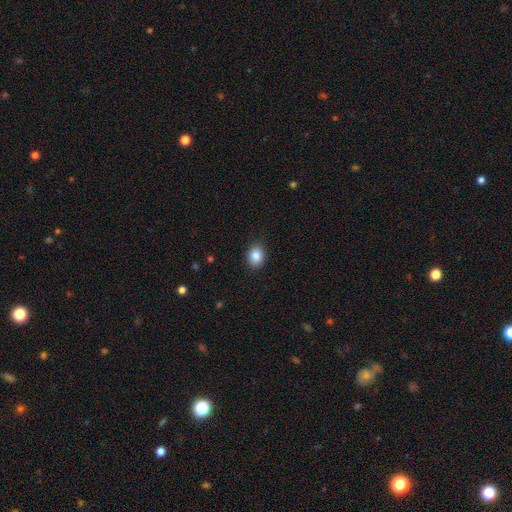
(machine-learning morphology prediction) Smooth or featured? smooth (86%)
How rounded? in between (53%)
Merging? none (88%)